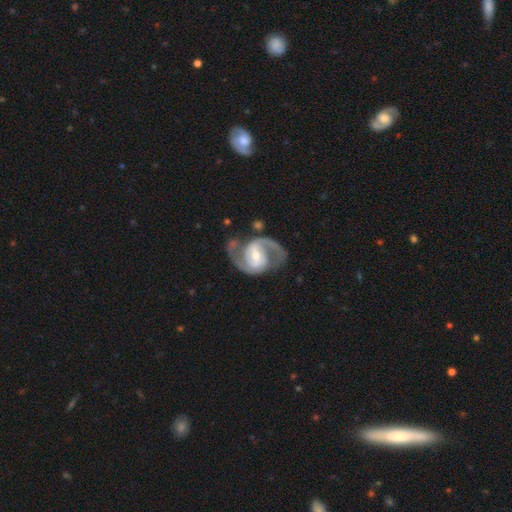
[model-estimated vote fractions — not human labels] Smooth or featured? Predicted: featured or disk (p=0.92). Edge-on disk? Predicted: no (p=0.98). Bar? Predicted: weak (p=0.47). Spiral arms? Predicted: yes (p=0.98). Spiral winding? Predicted: medium (p=0.61). Spiral arm count? Predicted: 2 (p=0.93). Bulge size? Predicted: moderate (p=0.54). Merging? Predicted: none (p=0.73).